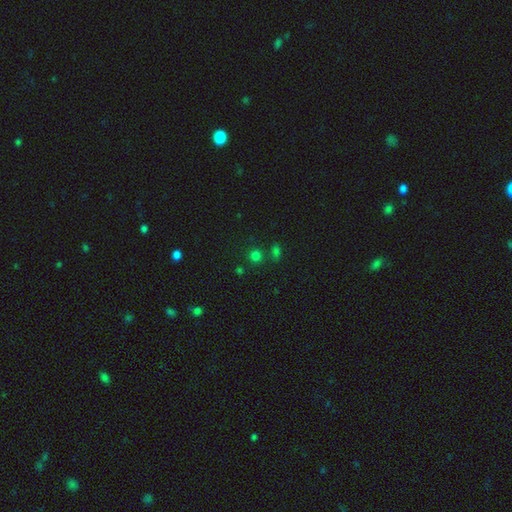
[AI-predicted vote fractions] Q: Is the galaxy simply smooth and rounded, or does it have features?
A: smooth — 70%.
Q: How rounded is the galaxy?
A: round — 88%.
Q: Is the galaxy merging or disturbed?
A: none — 74%.